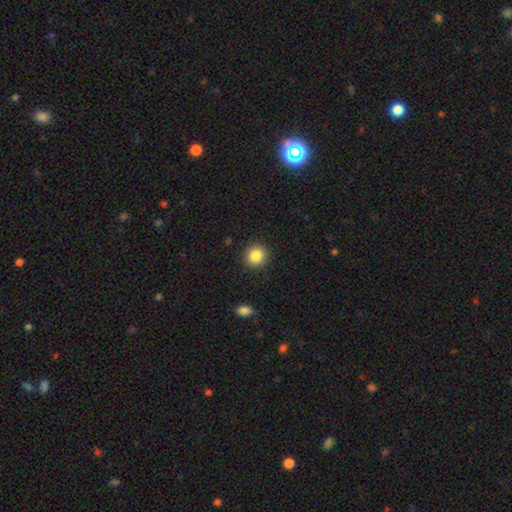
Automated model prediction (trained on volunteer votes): This is clearly a smooth galaxy (85%). How rounded: clearly round (89%). Merging: clearly none (91%).